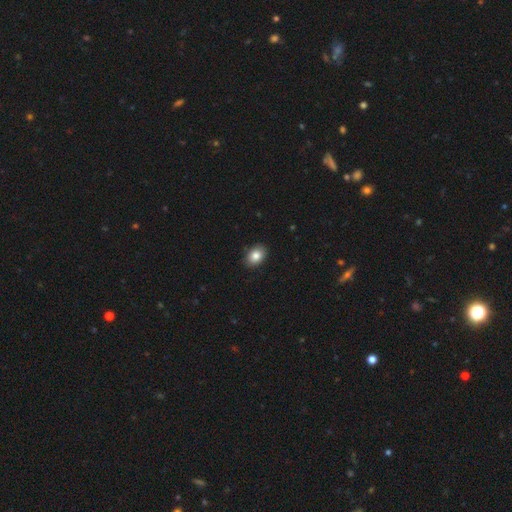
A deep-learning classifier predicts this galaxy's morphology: A smooth galaxy with no disk features (85%) that is in between round and cigar-shaped (80%).

Vote fractions:
- Smooth or featured? smooth: 85% / star or artifact: 8% / featured or disk: 7%
- How rounded? in between: 80% / round: 19% / cigar-shaped: 1%
- Merging? none: 89% / minor disturbance: 9% / major disturbance: 2% / merger: 1%